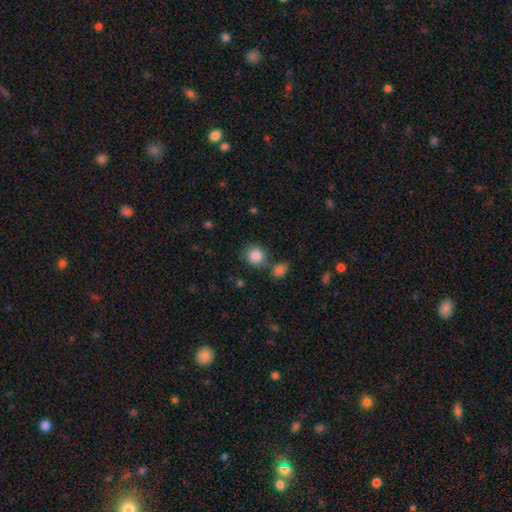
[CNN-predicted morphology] type=smooth (87%); roundness=round (82%); merging=none (69%).